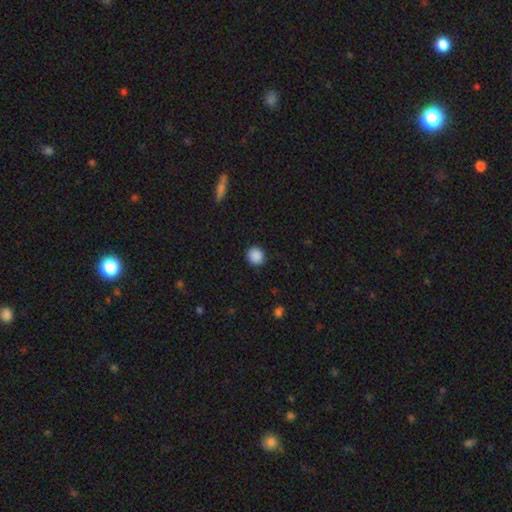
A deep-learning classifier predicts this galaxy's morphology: Smooth or featured? smooth (88%)
How rounded? round (89%)
Merging? none (90%)